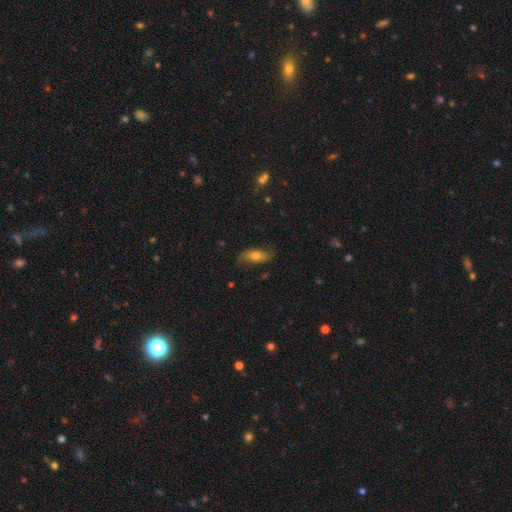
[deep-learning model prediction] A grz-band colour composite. It shows a smooth galaxy with no disk features (59%) that is in between round and cigar-shaped (79%). Merging: none (76%).